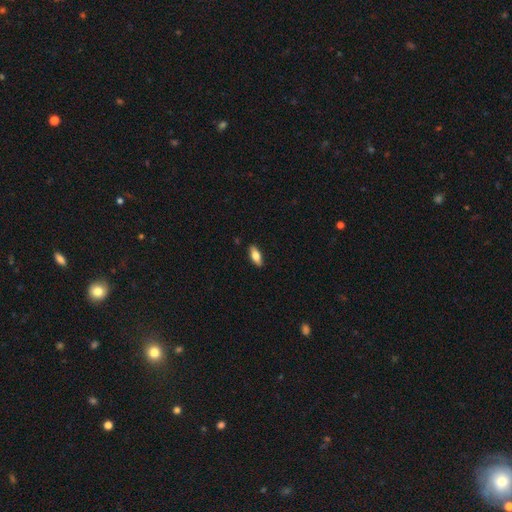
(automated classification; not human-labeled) Morphology: type=smooth (73%); roundness=in between (77%); merging=none (89%).